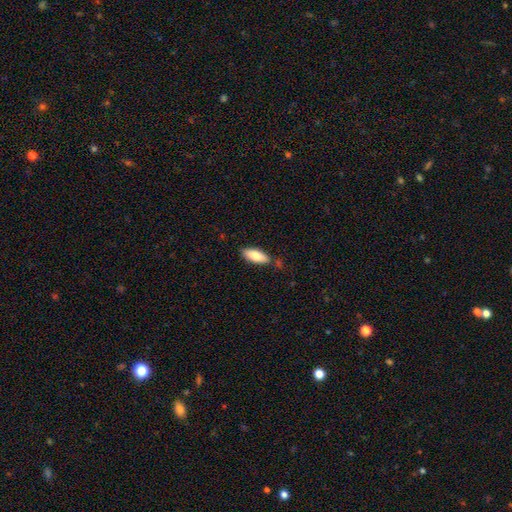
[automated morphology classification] Q: Smooth or featured?
A: smooth (80%); runner-up: featured or disk (14%)
Q: How rounded?
A: in between (73%); runner-up: cigar-shaped (25%)
Q: Merging?
A: none (79%); runner-up: minor disturbance (15%)